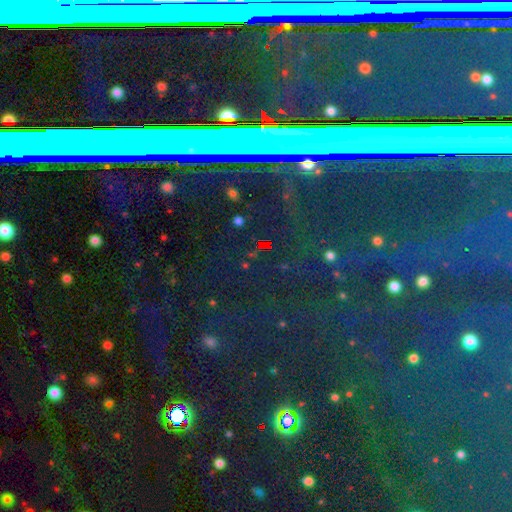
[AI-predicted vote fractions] A star or artifact, not a galaxy (80%).

Vote fractions:
- Smooth or featured? star or artifact: 80% / featured or disk: 10% / smooth: 10%